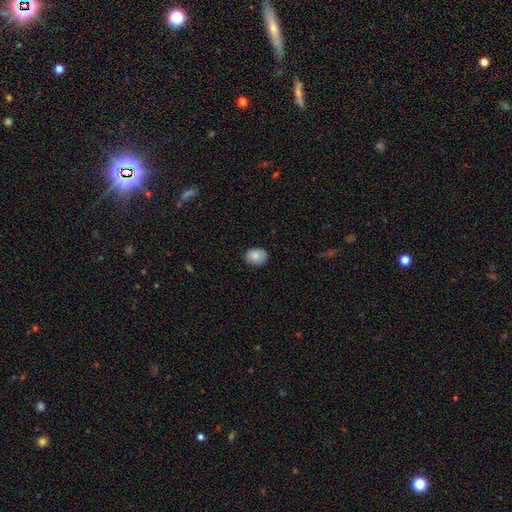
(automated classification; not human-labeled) The model was most divided on "how rounded": round: 54%, in between: 46%, cigar-shaped: 1%. More confident: smooth or featured — smooth (86%); merging — none (82%).